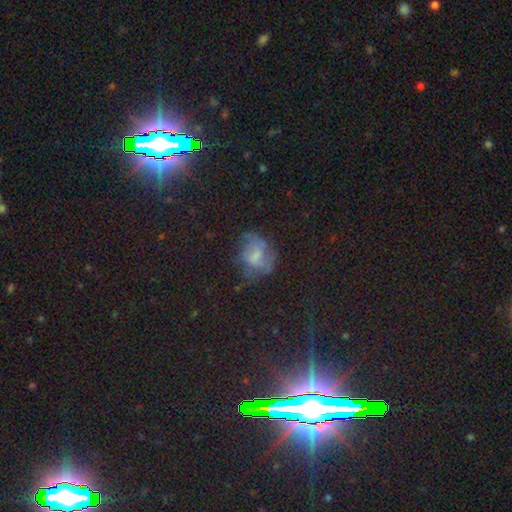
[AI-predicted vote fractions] A smooth galaxy with no disk features (44%). Merging: none (45%).